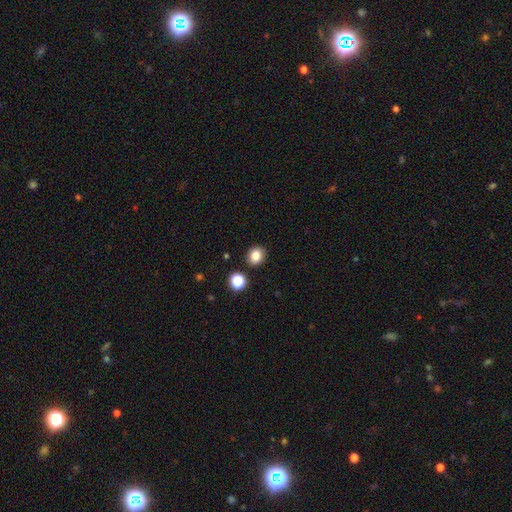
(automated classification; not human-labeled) Q: Smooth or featured?
A: smooth (82%); runner-up: star or artifact (12%)
Q: How rounded?
A: round (76%); runner-up: in between (23%)
Q: Merging?
A: none (88%); runner-up: minor disturbance (6%)